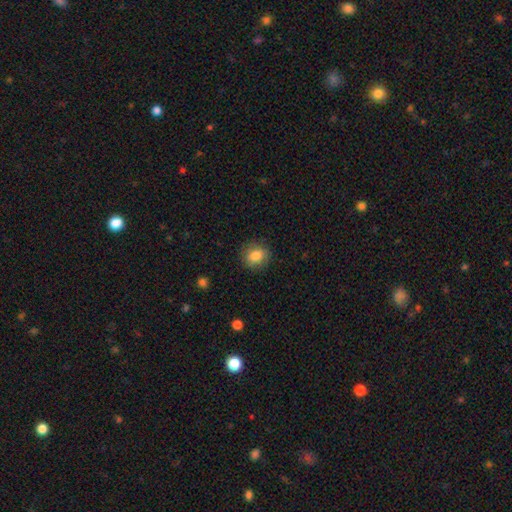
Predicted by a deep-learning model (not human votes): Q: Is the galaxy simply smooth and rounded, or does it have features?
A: smooth — 83%.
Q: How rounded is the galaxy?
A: round — 70%.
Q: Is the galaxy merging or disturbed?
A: none — 85%.